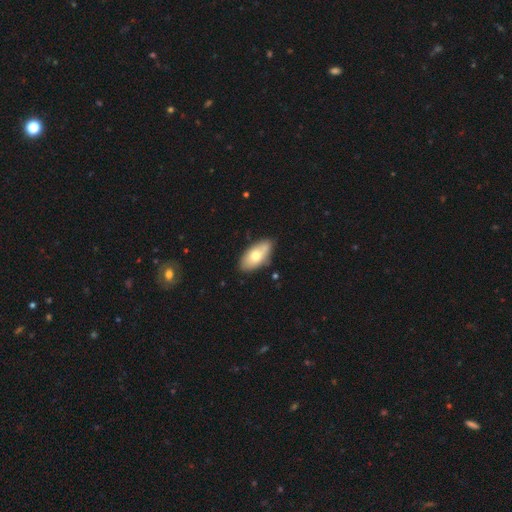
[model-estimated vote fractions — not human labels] A smooth galaxy with no disk features (67%) that is in between round and cigar-shaped (91%).

Vote fractions:
- Smooth or featured? smooth: 67% / featured or disk: 27% / star or artifact: 6%
- How rounded? in between: 91% / cigar-shaped: 6% / round: 3%
- Merging? none: 74% / minor disturbance: 17% / merger: 6% / major disturbance: 3%